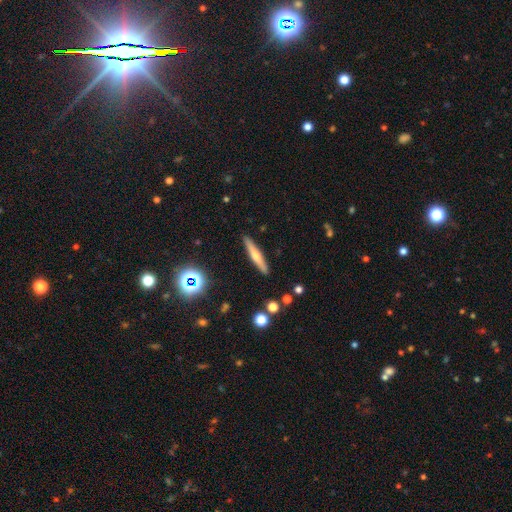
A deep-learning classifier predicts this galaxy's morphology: type=smooth (49%); merging=none (90%).